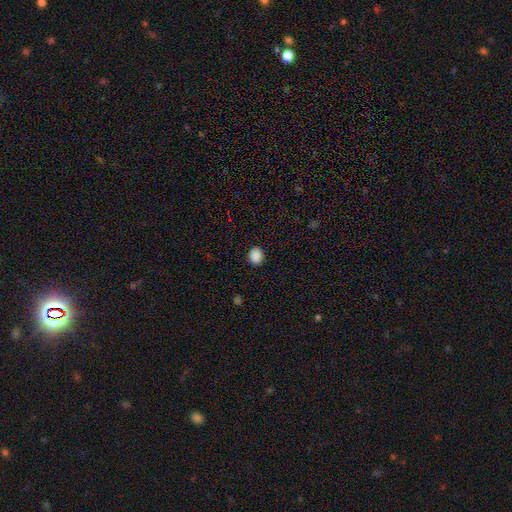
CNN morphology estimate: A smooth galaxy with no disk features (89%) that is round (69%).

Vote fractions:
- Smooth or featured? smooth: 89% / star or artifact: 9% / featured or disk: 2%
- How rounded? round: 69% / in between: 31% / cigar-shaped: 1%
- Merging? none: 92% / minor disturbance: 6% / major disturbance: 2% / merger: 1%